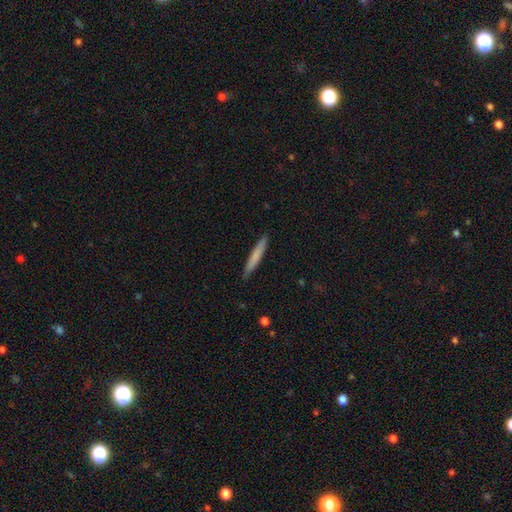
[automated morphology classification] A smooth galaxy with no disk features (73%) that is cigar-shaped (95%). Merging: none (89%).